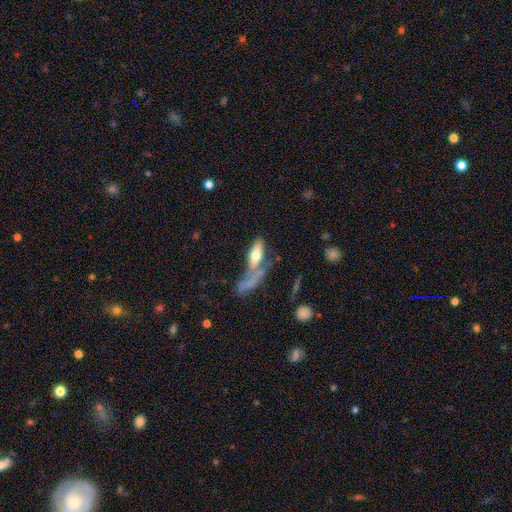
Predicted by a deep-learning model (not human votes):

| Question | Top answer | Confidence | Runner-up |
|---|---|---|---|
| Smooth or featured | smooth | 62% | featured or disk (31%) |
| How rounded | in between | 62% | cigar-shaped (35%) |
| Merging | merger | 39% | none (29%) |